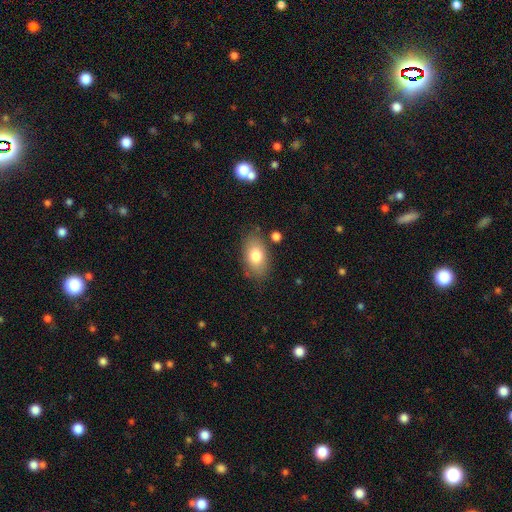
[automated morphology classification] The model was most divided on "smooth or featured": smooth: 78%, featured or disk: 14%, star or artifact: 8%. More confident: how rounded — in between (90%); merging — none (78%).